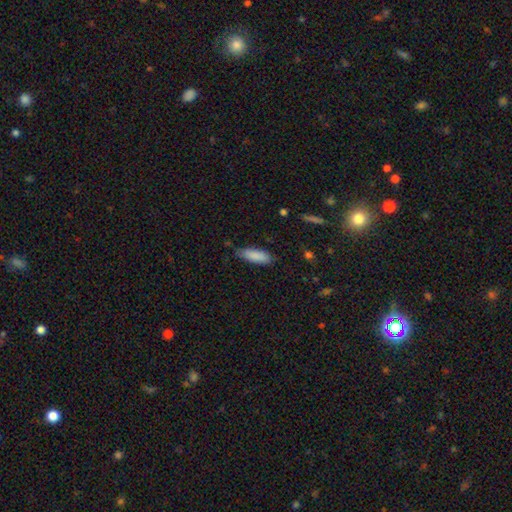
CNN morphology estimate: Smooth or featured?
  - smooth: 88% *
  - featured or disk: 6%
  - star or artifact: 6%
How rounded?
  - in between: 62% *
  - cigar-shaped: 36%
  - round: 1%
Merging?
  - none: 75% *
  - minor disturbance: 20%
  - major disturbance: 3%
  - merger: 2%